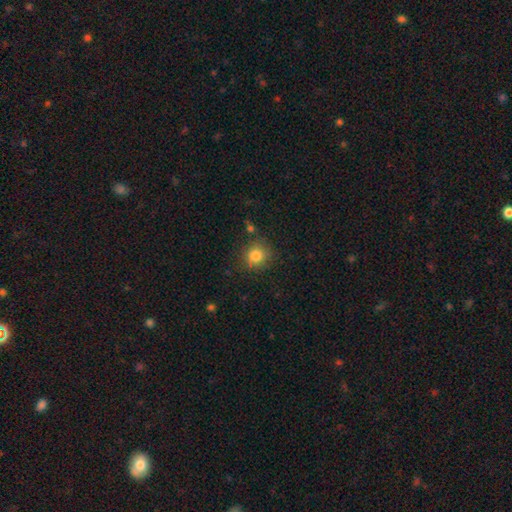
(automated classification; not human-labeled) A smooth galaxy with no disk features (82%) that is round (87%). Merging: none (80%).